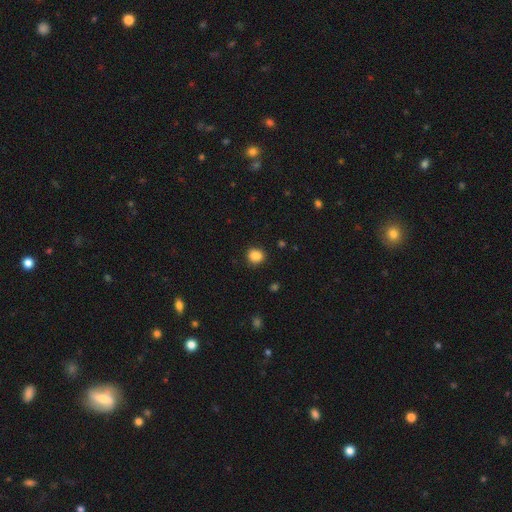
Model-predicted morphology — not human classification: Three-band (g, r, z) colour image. It shows a smooth galaxy with no disk features (86%) that is round (84%). Merging: none (88%).